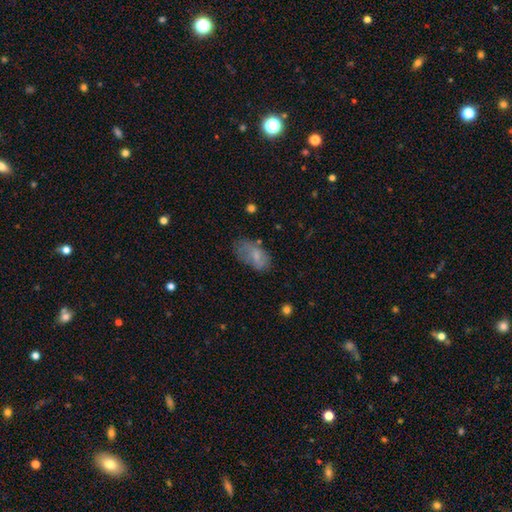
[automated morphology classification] A smooth galaxy with no disk features (68%) that is in between round and cigar-shaped (92%).

Vote fractions:
- Smooth or featured? smooth: 68% / featured or disk: 24% / star or artifact: 8%
- How rounded? in between: 92% / round: 5% / cigar-shaped: 3%
- Merging? none: 48% / minor disturbance: 33% / major disturbance: 16% / merger: 3%